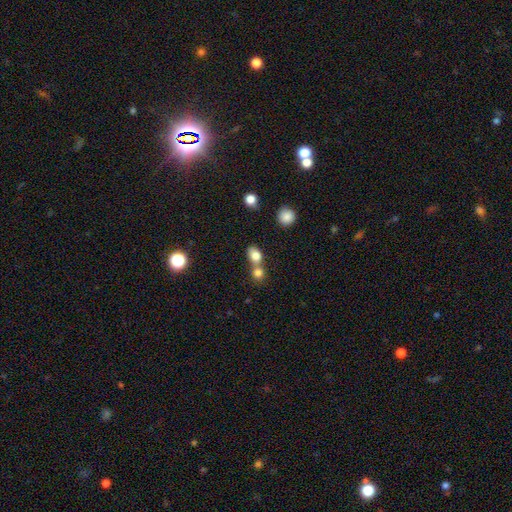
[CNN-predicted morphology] type=smooth (81%); roundness=in between (58%); merging=merger (55%).